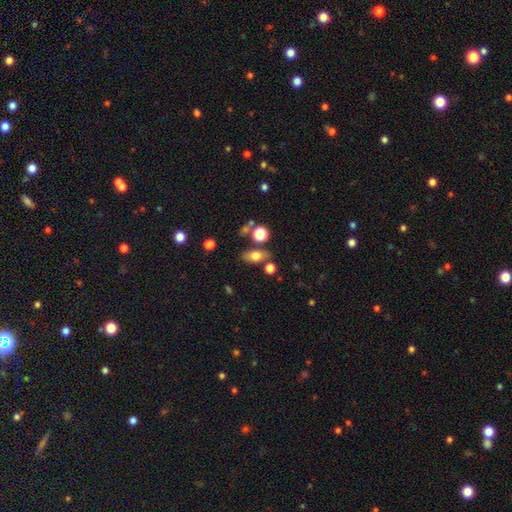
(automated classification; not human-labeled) Smooth or featured: smooth — 73% (featured or disk — 17%)
How rounded: in between — 81% (round — 12%)
Merging: none — 73% (minor disturbance — 13%)